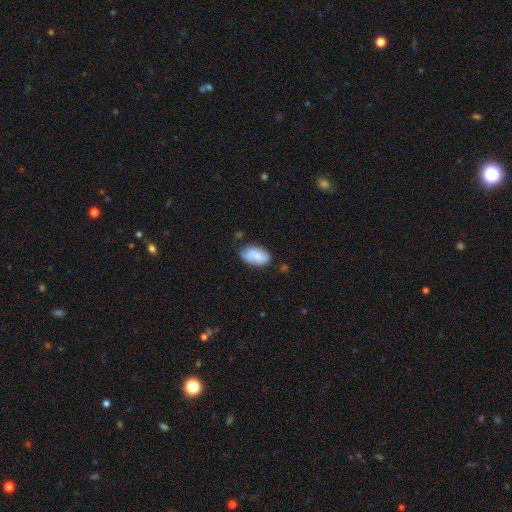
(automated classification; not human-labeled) Morphology: type=smooth (69%); roundness=in between (92%); merging=none (58%).